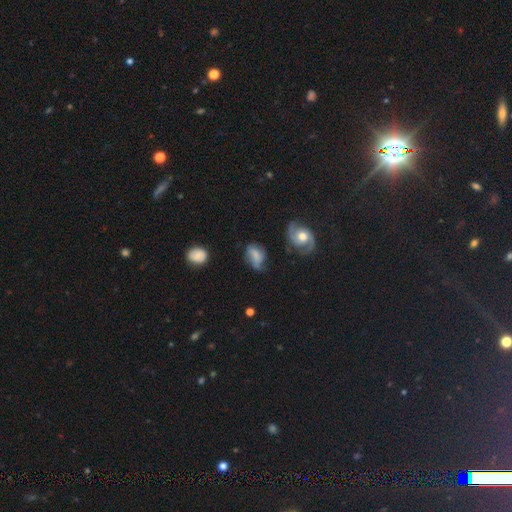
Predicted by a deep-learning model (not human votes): This is marginally a smooth galaxy (45%). Merging: marginally none (44%).